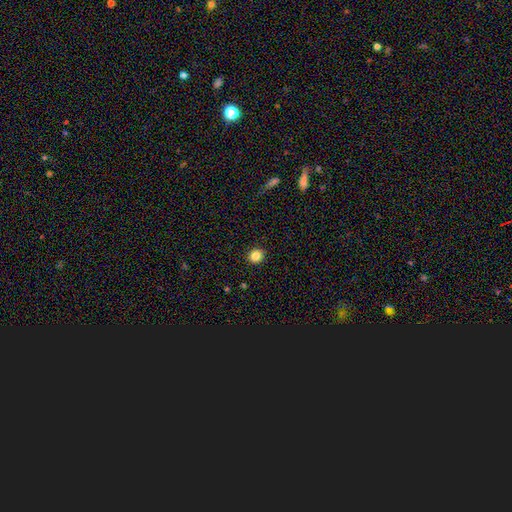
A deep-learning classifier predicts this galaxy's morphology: Smooth or featured? smooth (84%)
How rounded? round (86%)
Merging? none (92%)